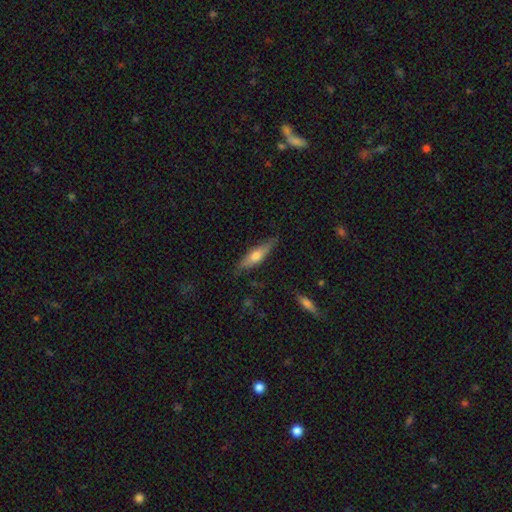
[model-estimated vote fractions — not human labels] smooth-or-featured: smooth: 55% | featured or disk: 39% | star or artifact: 6%
  how-rounded: cigar-shaped: 63% | in between: 35% | round: 2%
  merging: none: 80% | minor disturbance: 16% | major disturbance: 3% | merger: 1%